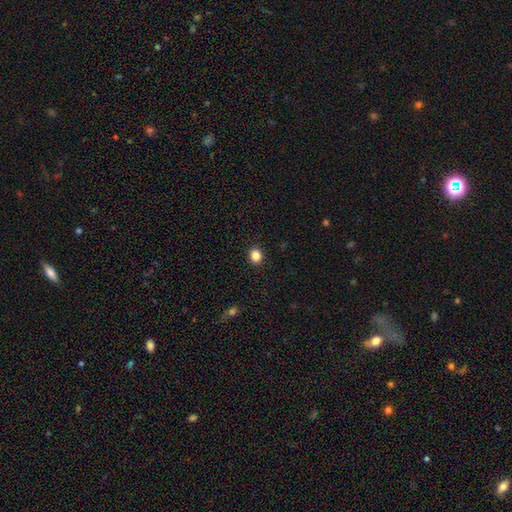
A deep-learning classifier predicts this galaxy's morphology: Q: Smooth or featured?
A: smooth (85%); runner-up: star or artifact (11%)
Q: How rounded?
A: round (65%); runner-up: in between (34%)
Q: Merging?
A: none (91%); runner-up: minor disturbance (6%)